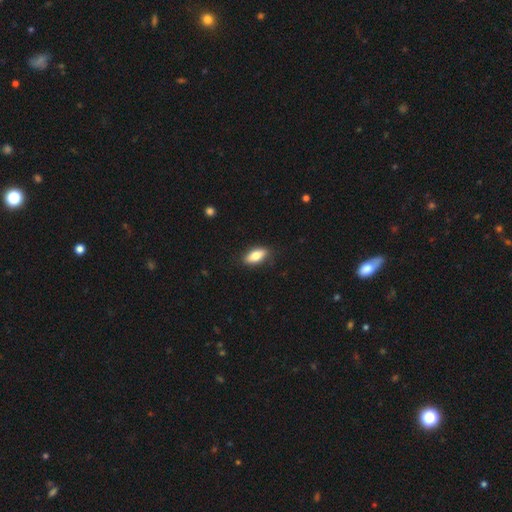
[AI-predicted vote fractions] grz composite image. It shows a smooth galaxy with no disk features (77%) that is in between round and cigar-shaped (82%). Merging: none (86%).